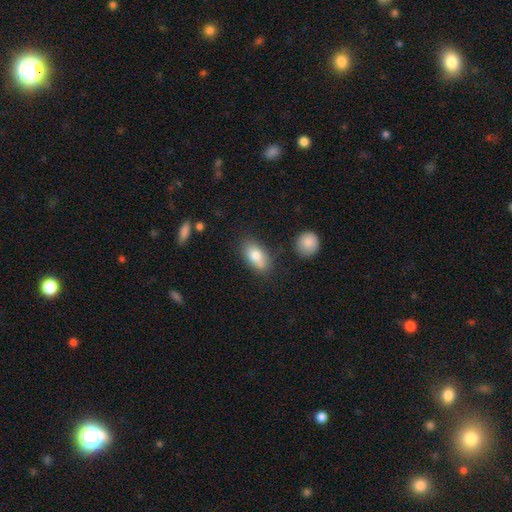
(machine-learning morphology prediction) Q: Smooth or featured?
A: smooth (79%); runner-up: featured or disk (14%)
Q: How rounded?
A: in between (88%); runner-up: round (7%)
Q: Merging?
A: none (69%); runner-up: minor disturbance (18%)